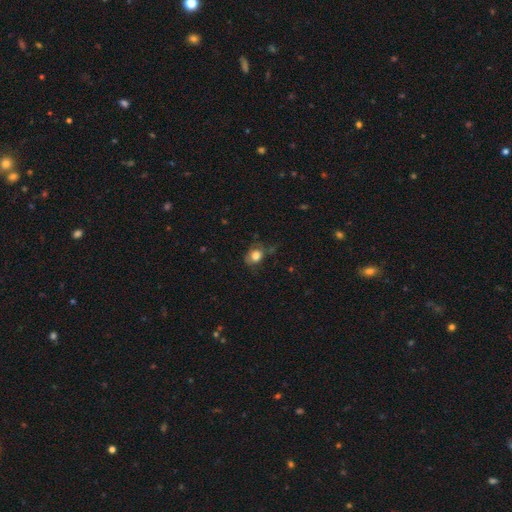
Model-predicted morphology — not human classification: Smooth or featured? smooth (76%)
How rounded? round (54%)
Merging? none (53%)